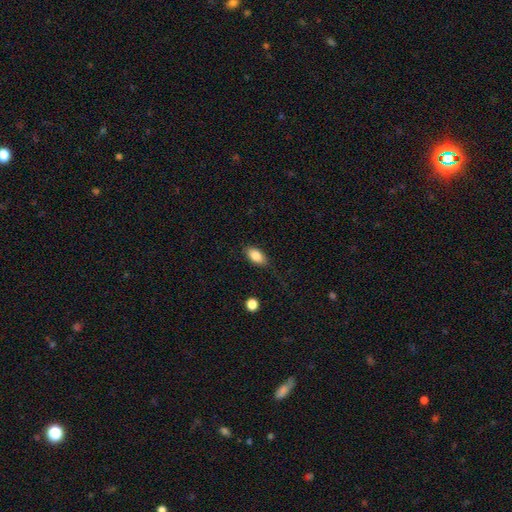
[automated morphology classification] type=smooth (84%); roundness=in between (90%); merging=none (80%).